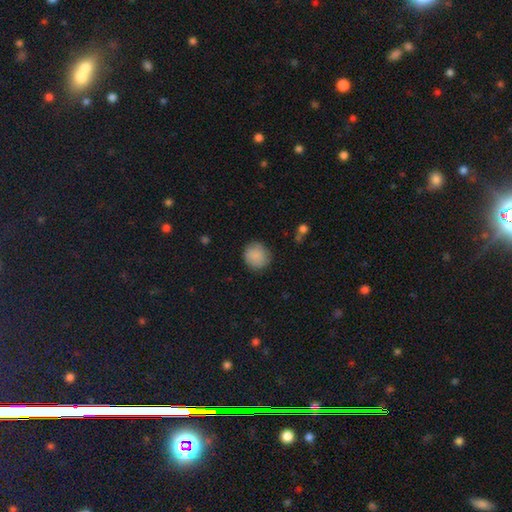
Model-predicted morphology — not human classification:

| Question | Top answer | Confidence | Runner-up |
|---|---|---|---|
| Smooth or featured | smooth | 87% | star or artifact (7%) |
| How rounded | round | 88% | in between (11%) |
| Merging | none | 84% | minor disturbance (12%) |